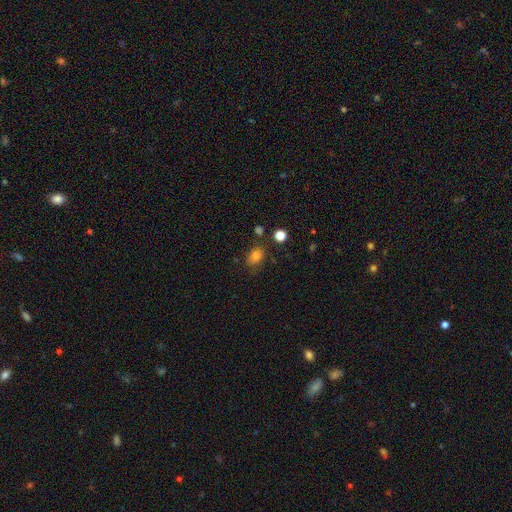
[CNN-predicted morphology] Overall: smooth (79%). How rounded: in between (69%). Merging: none (69%).